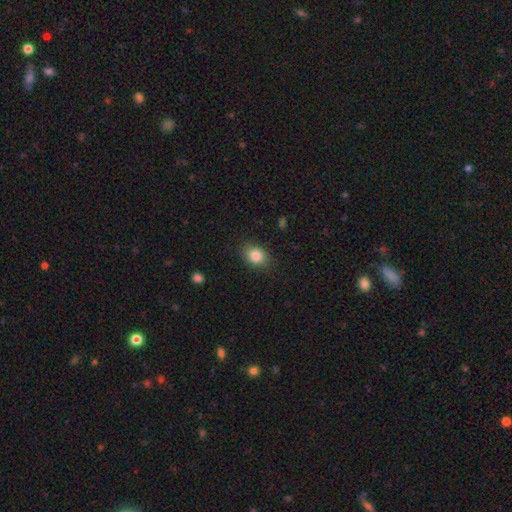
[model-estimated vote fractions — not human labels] smooth_or_featured: smooth (p=0.84) [alt: star or artifact p=0.09]
how_rounded: in between (p=0.58) [alt: round p=0.41]
merging: none (p=0.85) [alt: minor disturbance p=0.11]